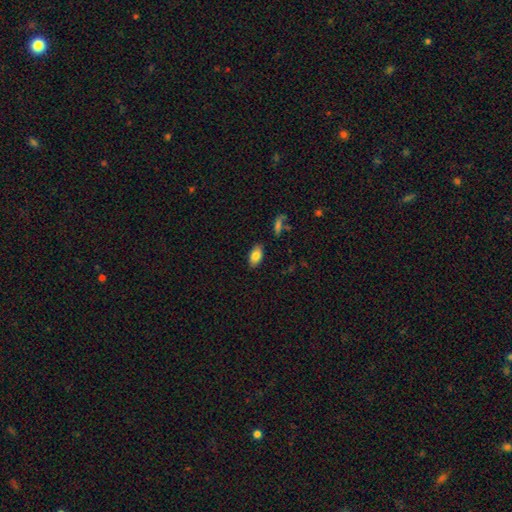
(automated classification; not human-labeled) smooth_or_featured: smooth (p=0.83) [alt: featured or disk p=0.09]
how_rounded: in between (p=0.92) [alt: round p=0.05]
merging: none (p=0.86) [alt: minor disturbance p=0.10]